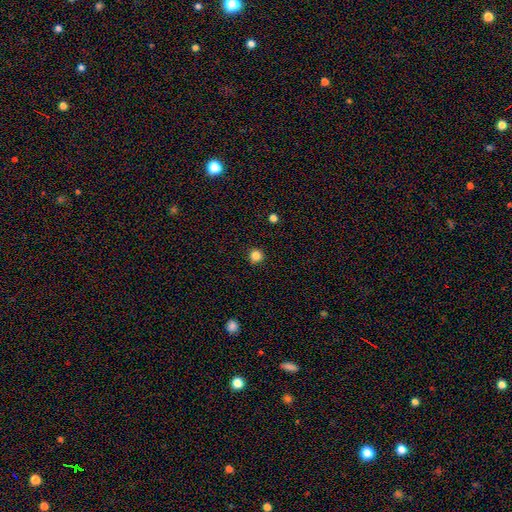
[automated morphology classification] Overall: smooth (84%). How rounded: round (95%). Merging: none (92%).